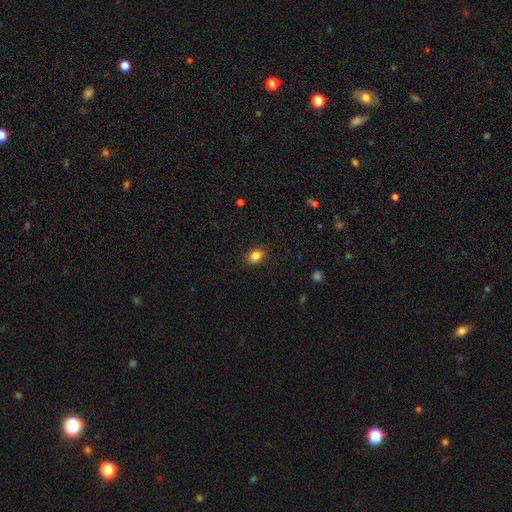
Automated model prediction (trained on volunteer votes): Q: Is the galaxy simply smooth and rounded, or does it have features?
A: smooth — 85%.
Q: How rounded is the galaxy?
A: in between — 70%.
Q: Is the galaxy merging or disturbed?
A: none — 88%.